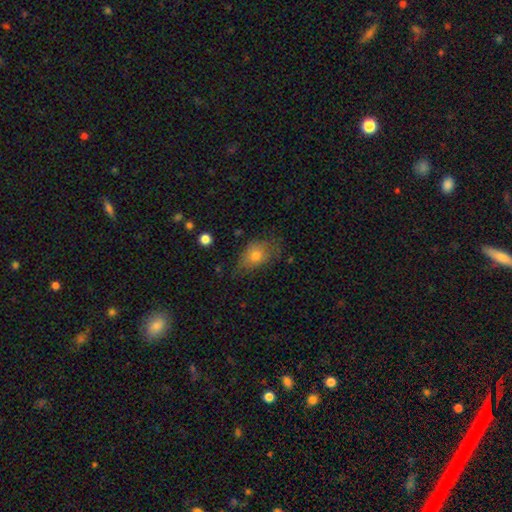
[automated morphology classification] A smooth galaxy with no disk features (74%) that is in between round and cigar-shaped (76%). Merging: none (52%).